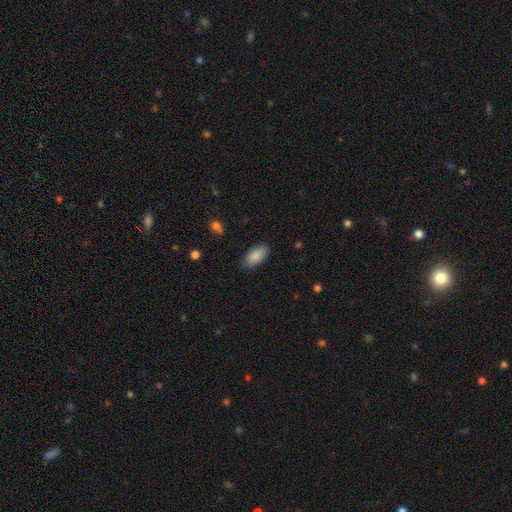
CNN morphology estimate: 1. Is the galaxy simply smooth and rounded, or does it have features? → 89% smooth, 6% star or artifact, 5% featured or disk.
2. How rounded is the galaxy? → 92% in between, 6% cigar-shaped, 2% round.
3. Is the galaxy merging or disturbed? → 86% none, 11% minor disturbance, 2% major disturbance, 1% merger.